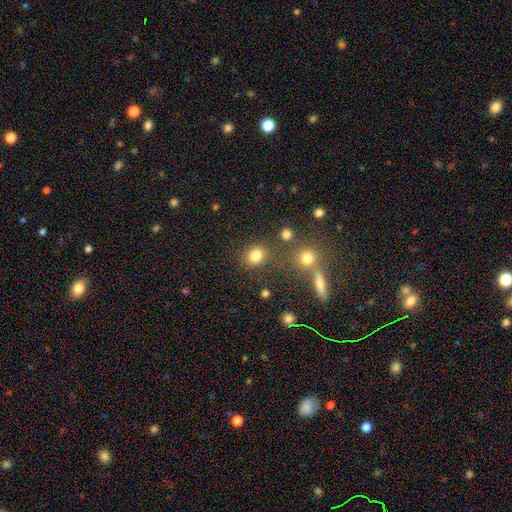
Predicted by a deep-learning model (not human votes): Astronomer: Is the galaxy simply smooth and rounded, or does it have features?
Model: smooth — 80%.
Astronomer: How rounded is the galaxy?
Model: round — 72%.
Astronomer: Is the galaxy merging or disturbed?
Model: none — 77%.